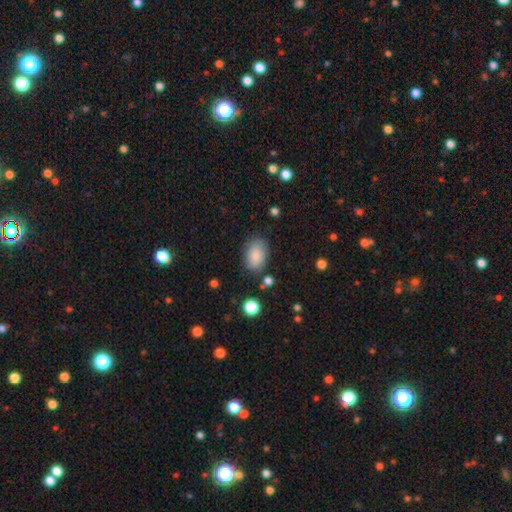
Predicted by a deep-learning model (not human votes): Morphology: type=smooth (86%); roundness=in between (86%); merging=none (78%).